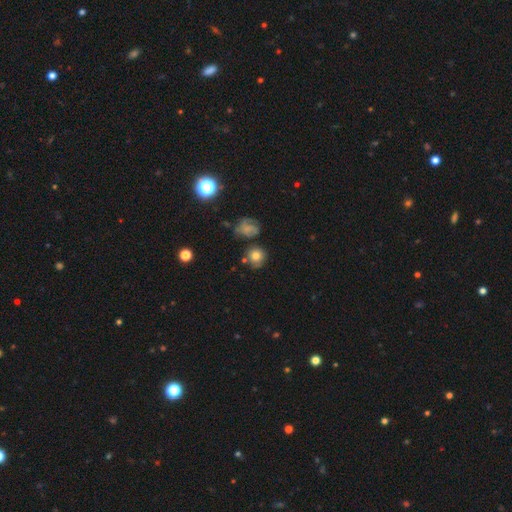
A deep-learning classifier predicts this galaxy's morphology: smooth-or-featured: smooth: 72% | featured or disk: 15% | star or artifact: 13%
  how-rounded: round: 87% | in between: 12% | cigar-shaped: 1%
  merging: none: 69% | minor disturbance: 17% | merger: 8% | major disturbance: 6%